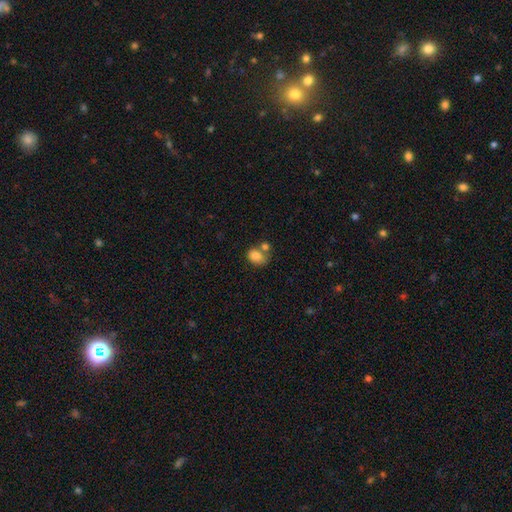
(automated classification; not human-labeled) A smooth galaxy with no disk features (80%) that is in between round and cigar-shaped (58%). Merging: none (42%).